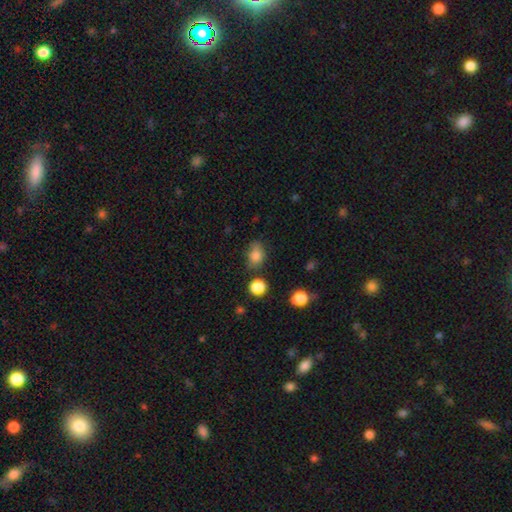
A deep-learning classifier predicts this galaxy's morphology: Overall: smooth (82%). How rounded: in between (66%; round 33%). Merging: none (61%; minor disturbance 26%).